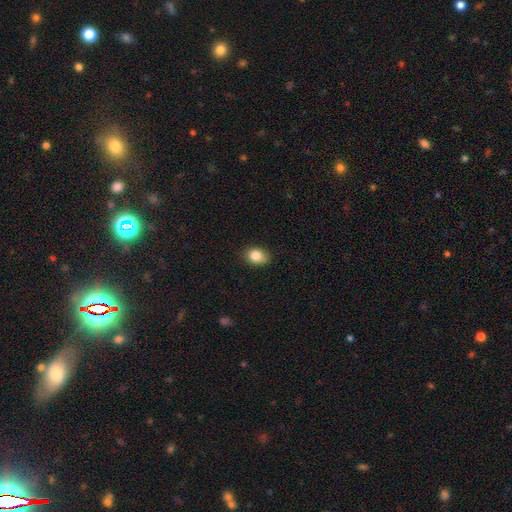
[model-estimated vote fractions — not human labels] Q: Smooth or featured?
A: smooth (85%); runner-up: star or artifact (9%)
Q: How rounded?
A: in between (68%); runner-up: round (31%)
Q: Merging?
A: none (80%); runner-up: minor disturbance (16%)